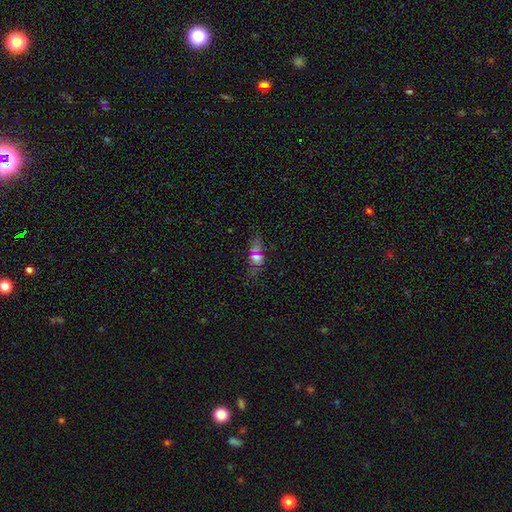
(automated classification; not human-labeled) Q: Smooth or featured?
A: smooth (55%); runner-up: star or artifact (28%)
Q: How rounded?
A: in between (74%); runner-up: cigar-shaped (14%)
Q: Merging?
A: none (77%); runner-up: minor disturbance (14%)